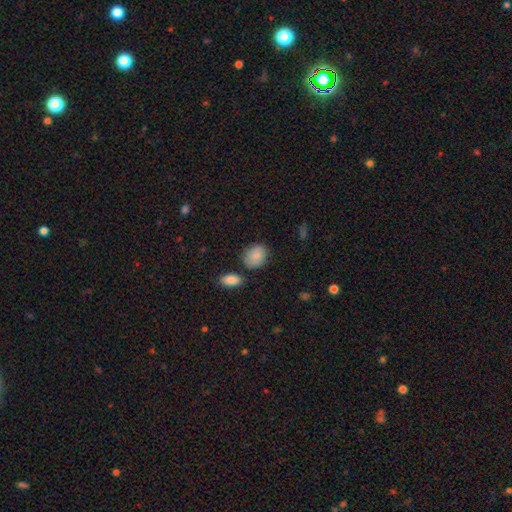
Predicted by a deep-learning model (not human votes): The model was most divided on "how rounded": in between: 53%, round: 46%, cigar-shaped: 1%. More confident: smooth or featured — smooth (85%); merging — none (71%).